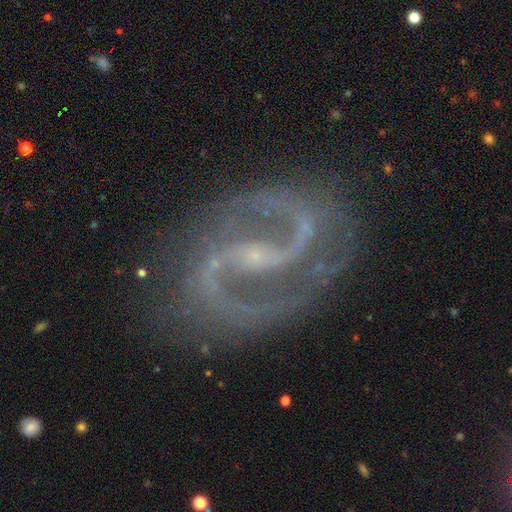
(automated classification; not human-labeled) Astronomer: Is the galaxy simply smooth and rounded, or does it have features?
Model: featured or disk — 88%.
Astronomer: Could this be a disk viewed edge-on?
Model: no — 97%.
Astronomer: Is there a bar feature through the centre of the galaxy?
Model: weak — 41% (runner-up: strong, 38%).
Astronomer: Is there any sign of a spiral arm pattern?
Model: yes — 97%.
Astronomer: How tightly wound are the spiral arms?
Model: medium — 54%.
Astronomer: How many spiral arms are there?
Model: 2 — 91%.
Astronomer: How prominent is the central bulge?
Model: small — 78%.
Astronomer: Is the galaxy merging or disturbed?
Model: none — 82%.